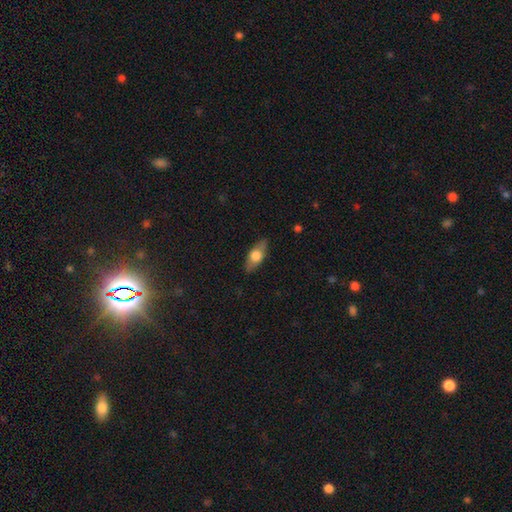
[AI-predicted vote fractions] This is possibly a smooth galaxy (57%). How rounded: likely in between (74%). Merging: clearly none (85%).